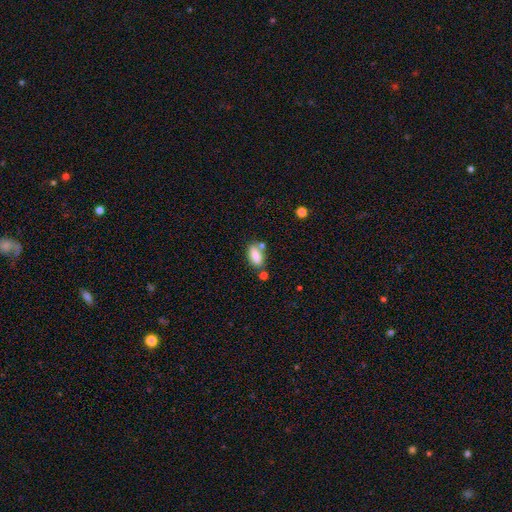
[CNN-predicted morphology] The model was most divided on "merging": none: 62%, merger: 18%, minor disturbance: 16%, major disturbance: 5%. More confident: how rounded — in between (85%); smooth or featured — smooth (83%).